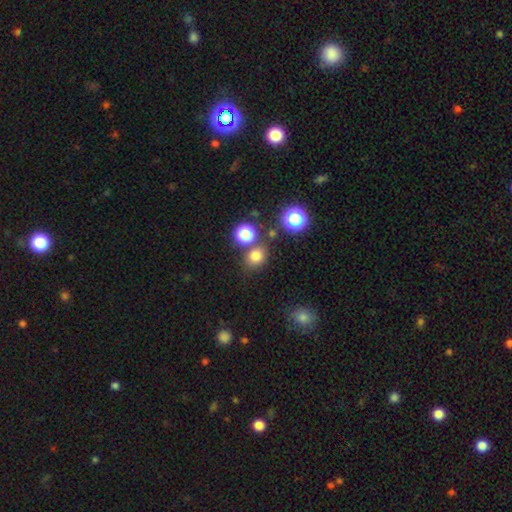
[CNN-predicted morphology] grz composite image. It shows a smooth galaxy with no disk features (75%) that is round (66%). Merging: none (72%).